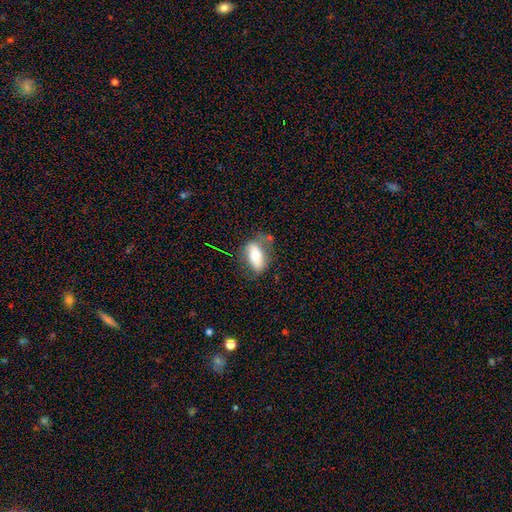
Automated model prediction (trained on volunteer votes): A smooth galaxy with no disk features (59%) that is in between round and cigar-shaped (85%). Merging: none (56%).